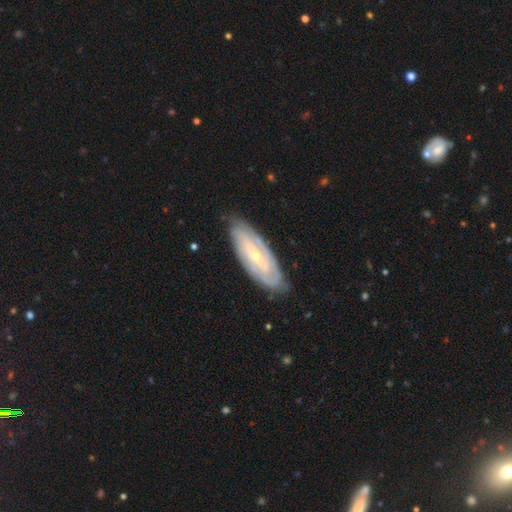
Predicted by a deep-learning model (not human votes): Smooth or featured? Predicted: featured or disk (p=0.75). Edge-on disk? Predicted: no (p=0.86). Bar? Predicted: no (p=0.61). Spiral arms? Predicted: yes (p=0.86). Spiral winding? Predicted: tight (p=0.70). Spiral arm count? Predicted: can't tell (p=0.51). Bulge size? Predicted: small (p=0.76). Merging? Predicted: none (p=0.79).